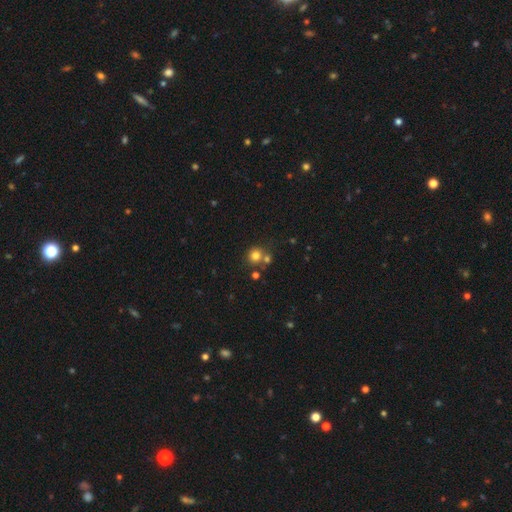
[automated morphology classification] smooth_or_featured: smooth (p=0.77) [alt: star or artifact p=0.14]
how_rounded: round (p=0.89) [alt: in between p=0.10]
merging: none (p=0.63) [alt: merger p=0.25]